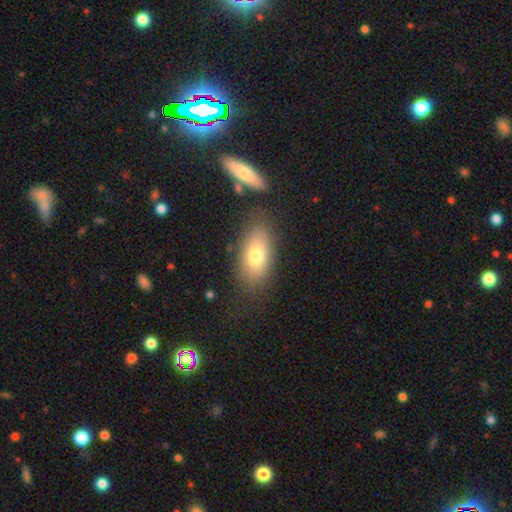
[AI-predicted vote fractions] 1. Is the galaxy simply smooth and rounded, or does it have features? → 75% smooth, 17% featured or disk, 8% star or artifact.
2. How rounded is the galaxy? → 87% in between, 8% cigar-shaped, 5% round.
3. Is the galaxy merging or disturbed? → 75% none, 14% minor disturbance, 6% merger, 5% major disturbance.